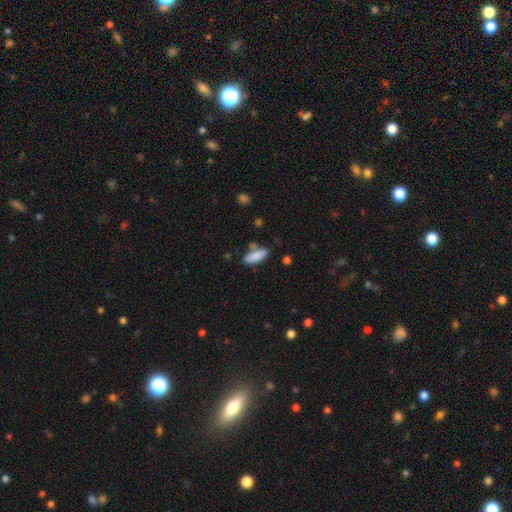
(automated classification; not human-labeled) Smooth or featured?
  - smooth: 86% *
  - featured or disk: 8%
  - star or artifact: 6%
How rounded?
  - in between: 64% *
  - cigar-shaped: 34%
  - round: 2%
Merging?
  - none: 72% *
  - minor disturbance: 16%
  - merger: 9%
  - major disturbance: 4%